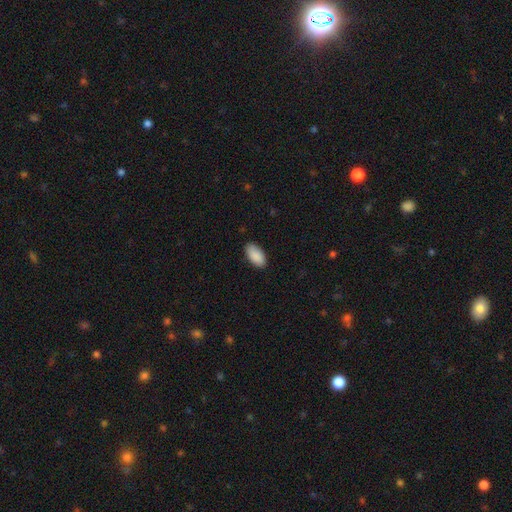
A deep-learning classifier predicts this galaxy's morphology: Q: Smooth or featured?
A: smooth (90%); runner-up: star or artifact (6%)
Q: How rounded?
A: in between (94%); runner-up: cigar-shaped (4%)
Q: Merging?
A: none (86%); runner-up: minor disturbance (11%)